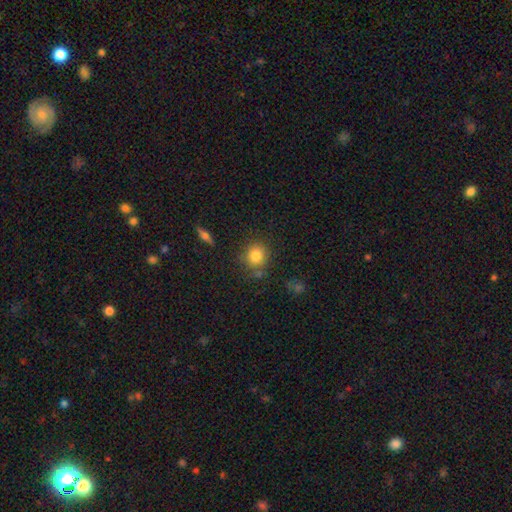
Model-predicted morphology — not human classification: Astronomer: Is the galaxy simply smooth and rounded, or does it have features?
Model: smooth — 82%.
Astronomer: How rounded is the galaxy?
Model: round — 85%.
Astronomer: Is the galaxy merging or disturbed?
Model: none — 76%.